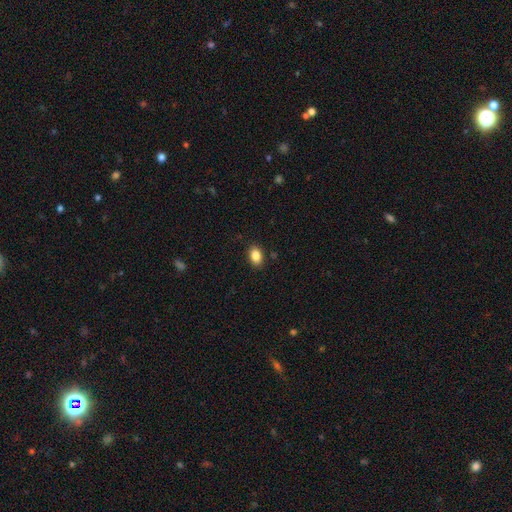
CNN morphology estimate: Overall: smooth (86%). How rounded: in between (83%). Merging: none (88%).